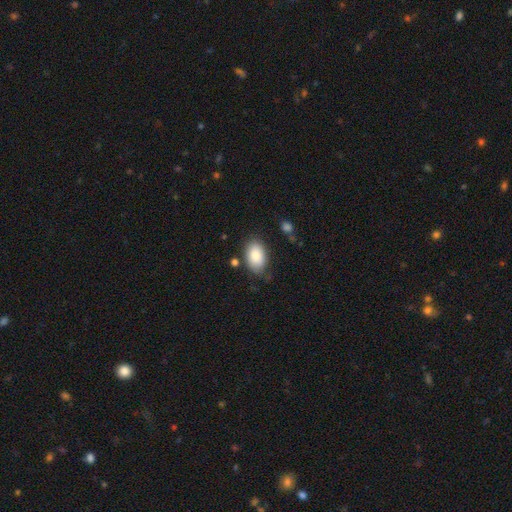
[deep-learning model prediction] smooth_or_featured: smooth (p=0.84) [alt: featured or disk p=0.09]
how_rounded: in between (p=0.92) [alt: round p=0.07]
merging: none (p=0.76) [alt: minor disturbance p=0.17]